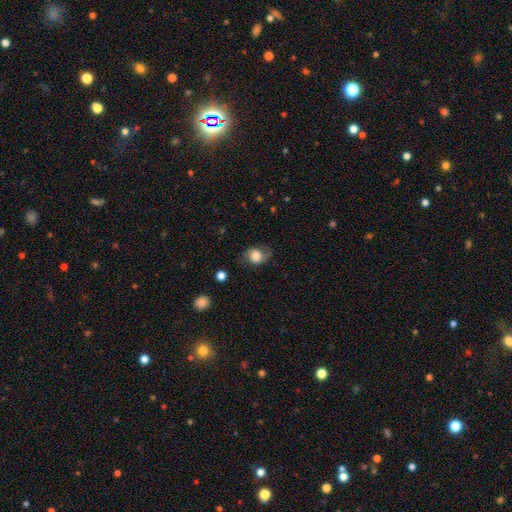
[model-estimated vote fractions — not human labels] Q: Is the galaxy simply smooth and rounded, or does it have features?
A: smooth — 64%.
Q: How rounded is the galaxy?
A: in between — 53%.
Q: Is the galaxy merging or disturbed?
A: none — 61%.